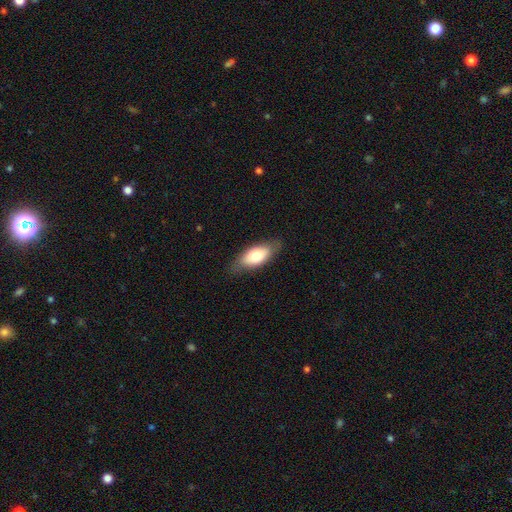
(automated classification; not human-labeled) Morphology: type=smooth (71%); roundness=in between (86%); merging=none (80%).